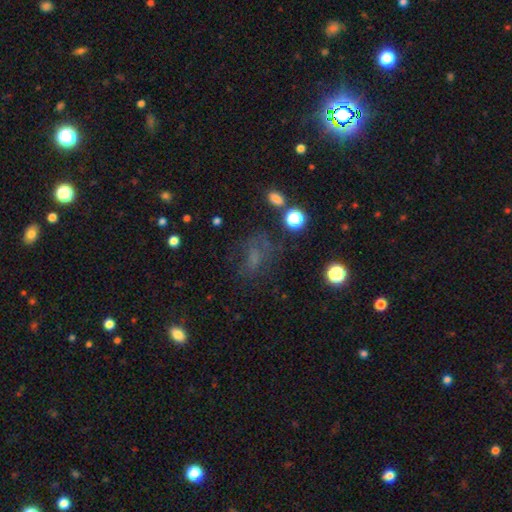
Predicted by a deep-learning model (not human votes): Overall: smooth (41%; star or artifact 37%). Merging: none (55%; major disturbance 21%).